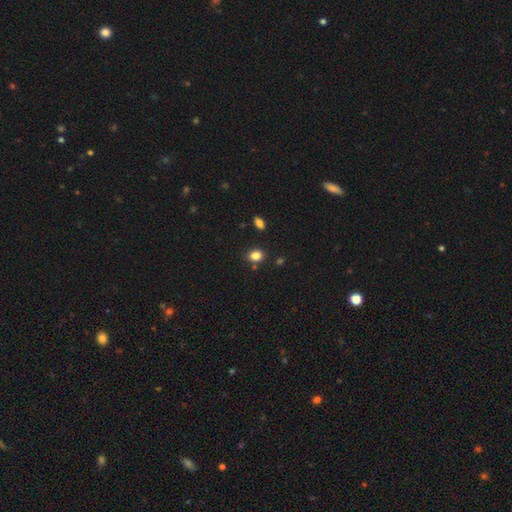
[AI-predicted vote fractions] Morphology: type=smooth (84%); roundness=round (50%); merging=none (83%).